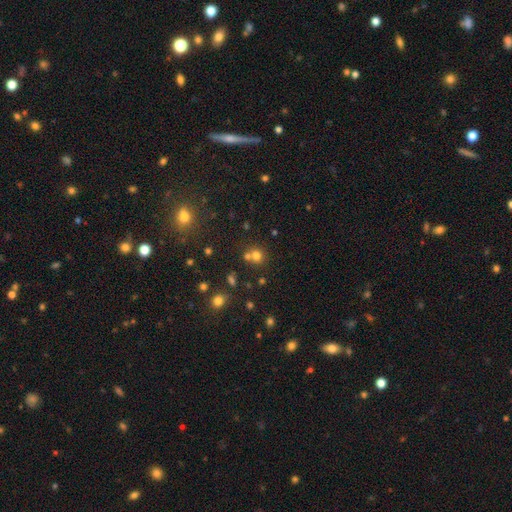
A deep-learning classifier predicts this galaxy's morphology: Smooth or featured? smooth (70%)
How rounded? round (84%)
Merging? none (56%)